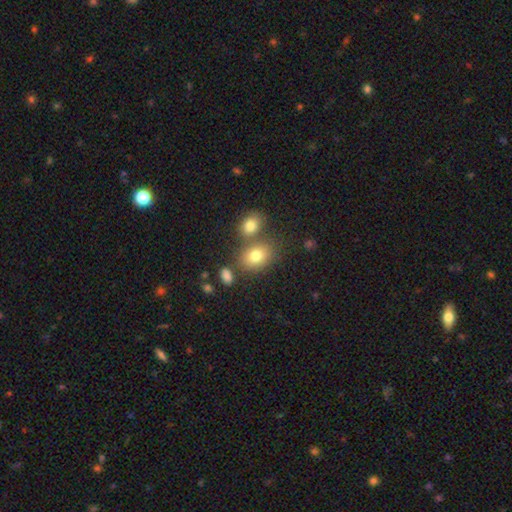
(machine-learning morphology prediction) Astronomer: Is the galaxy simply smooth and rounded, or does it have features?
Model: smooth — 79%.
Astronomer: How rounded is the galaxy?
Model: in between — 68%.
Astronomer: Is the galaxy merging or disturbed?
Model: none — 59%.